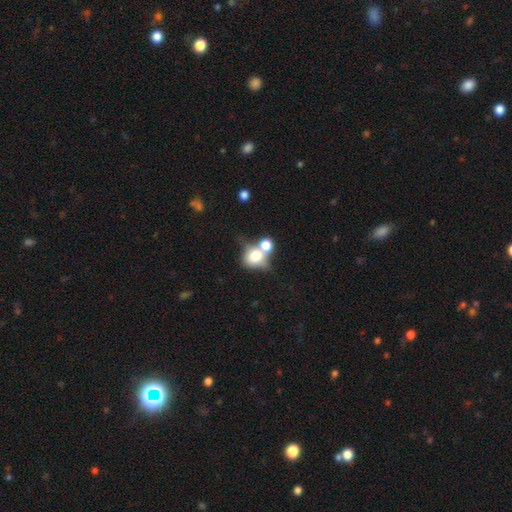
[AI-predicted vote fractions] Smooth or featured: smooth — 70% (featured or disk — 19%)
How rounded: round — 57% (in between — 41%)
Merging: merger — 55% (none — 28%)